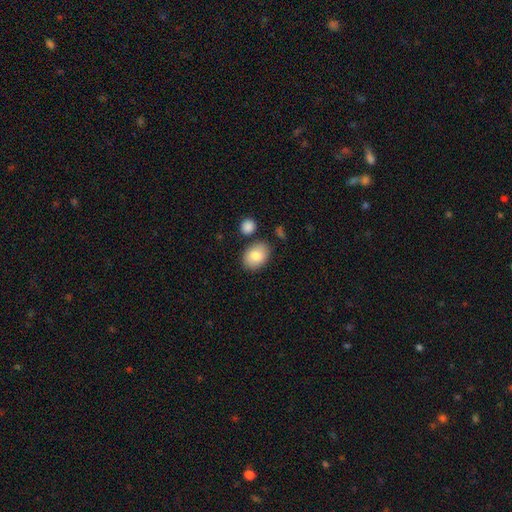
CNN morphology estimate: A smooth galaxy with no disk features (82%) that is in between round and cigar-shaped (76%).

Vote fractions:
- Smooth or featured? smooth: 82% / featured or disk: 11% / star or artifact: 7%
- How rounded? in between: 76% / round: 23% / cigar-shaped: 1%
- Merging? none: 80% / minor disturbance: 11% / merger: 6% / major disturbance: 3%